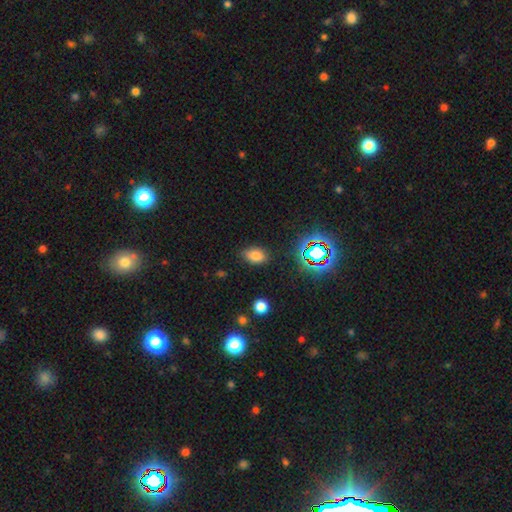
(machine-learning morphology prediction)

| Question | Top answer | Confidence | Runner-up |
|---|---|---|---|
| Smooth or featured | smooth | 74% | star or artifact (18%) |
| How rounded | in between | 83% | round (15%) |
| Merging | none | 80% | minor disturbance (14%) |